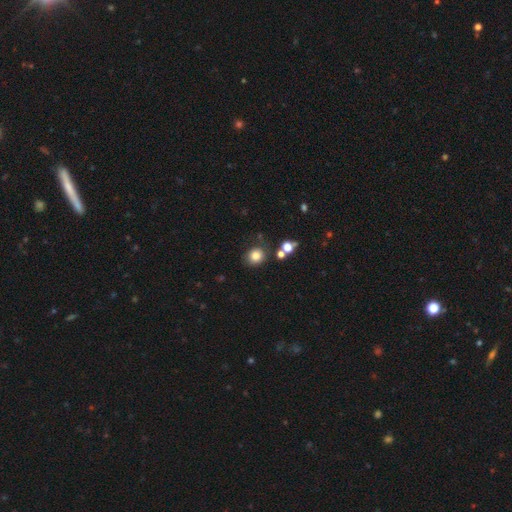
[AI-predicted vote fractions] smooth_or_featured: smooth (p=0.81) [alt: star or artifact p=0.13]
how_rounded: round (p=0.80) [alt: in between p=0.19]
merging: none (p=0.78) [alt: minor disturbance p=0.11]